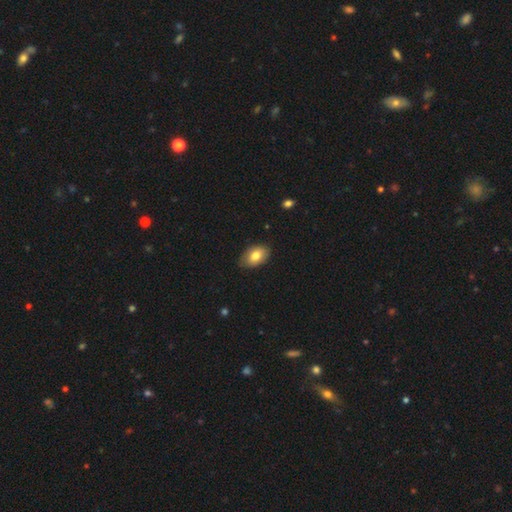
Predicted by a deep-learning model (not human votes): Smooth or featured? Predicted: smooth (p=0.79). How rounded? Predicted: in between (p=0.91). Merging? Predicted: none (p=0.82).